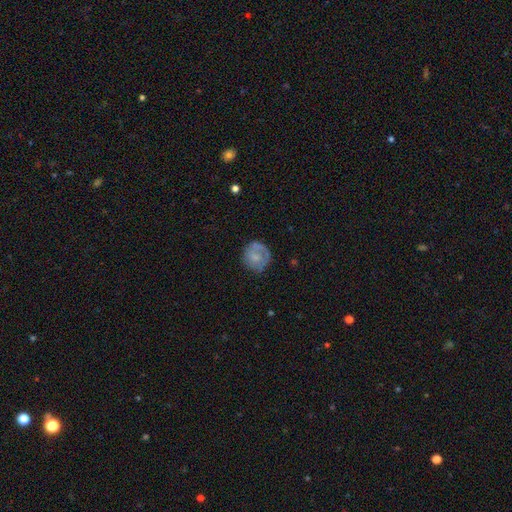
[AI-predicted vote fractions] smooth 55%, featured or disk 37%, star or artifact 8%. Down the decision tree: how rounded — round (85%); merging — none (64%).